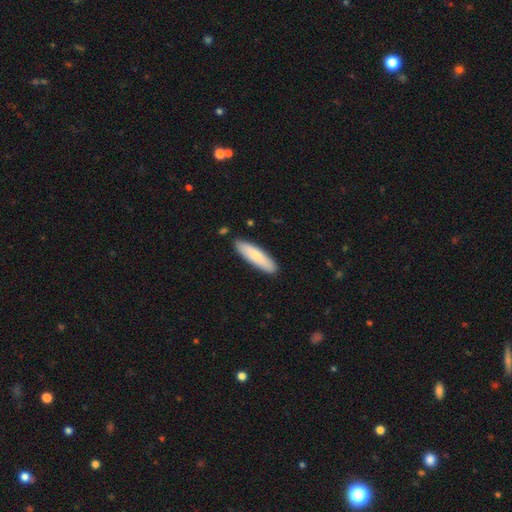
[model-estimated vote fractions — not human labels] A smooth galaxy with no disk features (77%) that is cigar-shaped (68%).

Vote fractions:
- Smooth or featured? smooth: 77% / featured or disk: 18% / star or artifact: 5%
- How rounded? cigar-shaped: 68% / in between: 31% / round: 1%
- Merging? none: 88% / minor disturbance: 9% / merger: 2% / major disturbance: 2%